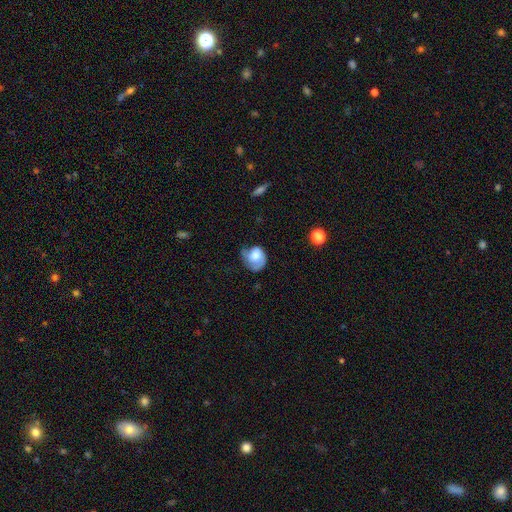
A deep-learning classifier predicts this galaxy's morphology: Smooth or featured? Predicted: featured or disk (p=0.51). Edge-on disk? Predicted: no (p=0.97). Merging? Predicted: none (p=0.42).